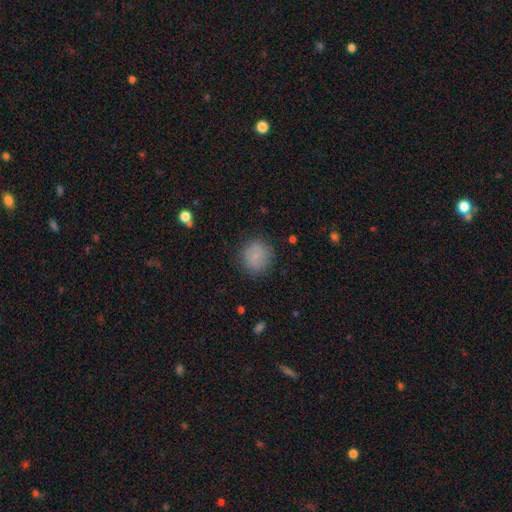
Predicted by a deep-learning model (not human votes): Smooth or featured: smooth — 79% (featured or disk — 12%)
How rounded: round — 87% (in between — 12%)
Merging: none — 84% (minor disturbance — 11%)